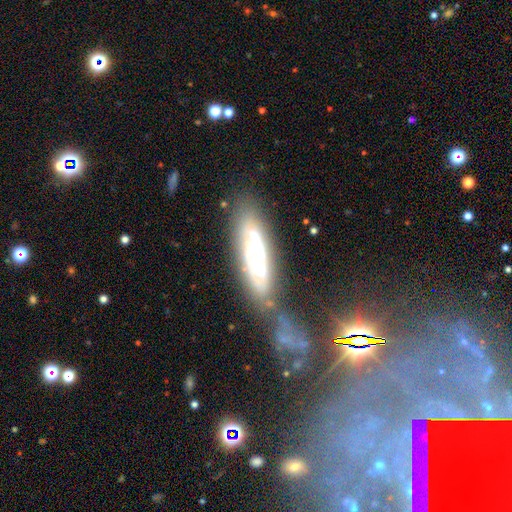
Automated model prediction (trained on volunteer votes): Smooth or featured? featured or disk (53%)
Edge-on disk? no (66%)
Merging? none (54%)